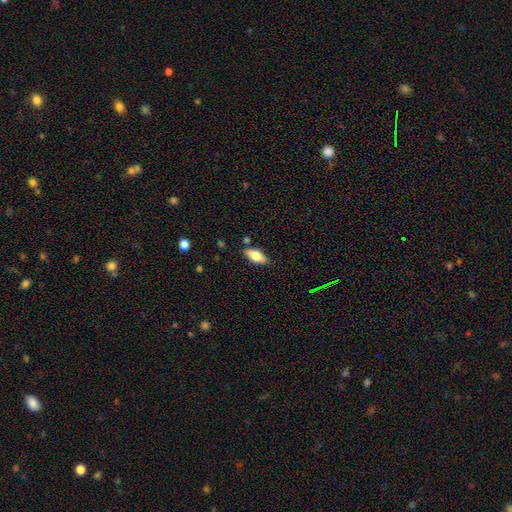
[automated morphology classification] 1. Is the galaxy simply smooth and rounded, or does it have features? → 72% smooth, 20% featured or disk, 7% star or artifact.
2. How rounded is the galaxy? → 80% in between, 17% cigar-shaped, 3% round.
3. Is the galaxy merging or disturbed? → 82% none, 13% minor disturbance, 3% merger, 3% major disturbance.